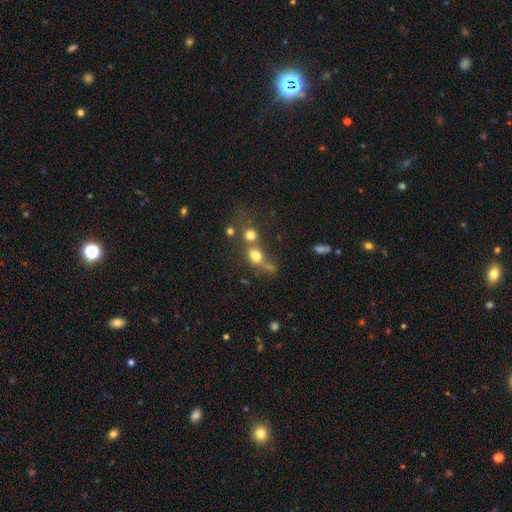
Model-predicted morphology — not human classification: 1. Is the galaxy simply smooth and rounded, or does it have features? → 70% smooth, 15% star or artifact, 15% featured or disk.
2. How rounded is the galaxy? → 65% round, 31% in between, 4% cigar-shaped.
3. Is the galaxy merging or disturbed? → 45% merger, 32% none, 12% major disturbance, 10% minor disturbance.